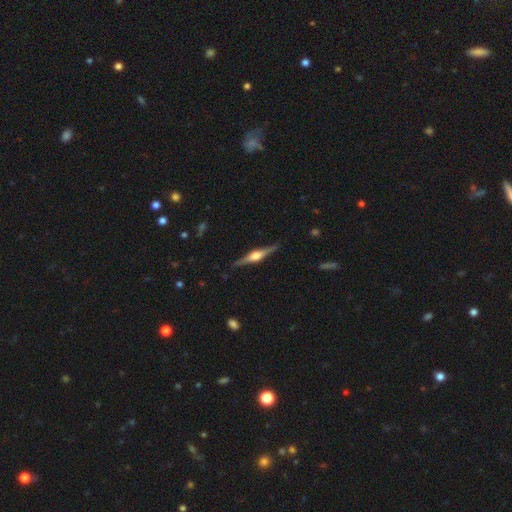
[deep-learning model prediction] A featured or disk galaxy (79%) viewed edge-on (98%) with a rounded central bulge (88%).

Vote fractions:
- Smooth or featured? featured or disk: 79% / smooth: 16% / star or artifact: 5%
- Edge-on disk? yes: 98% / no: 2%
- Edge-on bulge? rounded: 88% / boxy: 10% / none: 2%
- Merging? none: 89% / minor disturbance: 8% / major disturbance: 2% / merger: 1%